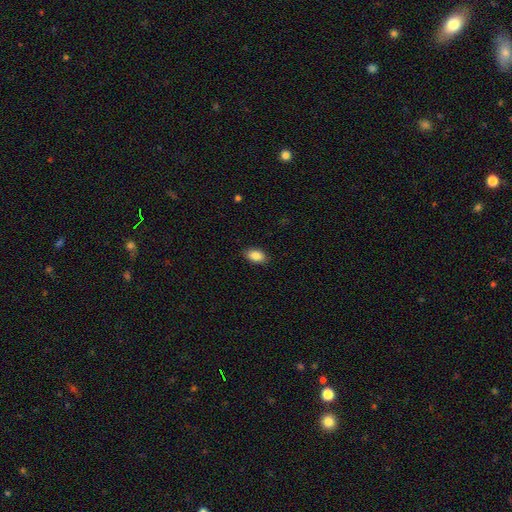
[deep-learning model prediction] smooth_or_featured: smooth (p=0.88) [alt: star or artifact p=0.08]
how_rounded: in between (p=0.91) [alt: round p=0.07]
merging: none (p=0.88) [alt: minor disturbance p=0.09]